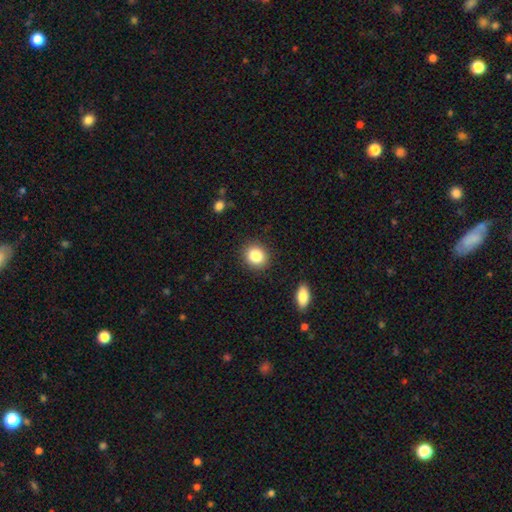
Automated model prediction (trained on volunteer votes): Q: Smooth or featured?
A: smooth (85%); runner-up: star or artifact (9%)
Q: How rounded?
A: round (75%); runner-up: in between (24%)
Q: Merging?
A: none (89%); runner-up: minor disturbance (7%)